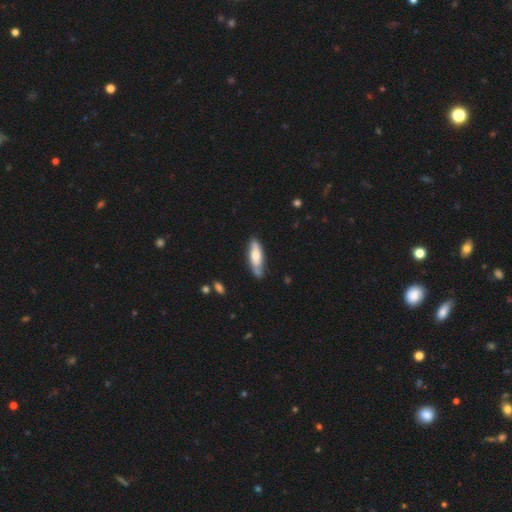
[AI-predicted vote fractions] Q: Smooth or featured?
A: smooth (58%); runner-up: featured or disk (37%)
Q: How rounded?
A: cigar-shaped (54%); runner-up: in between (44%)
Q: Merging?
A: none (72%); runner-up: minor disturbance (21%)